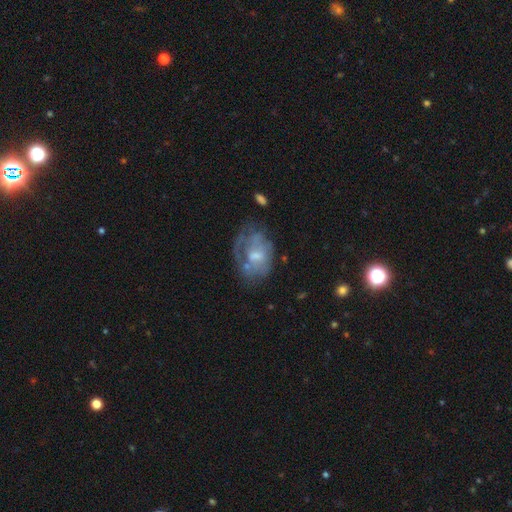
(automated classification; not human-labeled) Smooth or featured? Predicted: featured or disk (p=0.60). Edge-on disk? Predicted: no (p=0.96). Bar? Predicted: no (p=0.67). Spiral arms? Predicted: no (p=0.54). Bulge size? Predicted: moderate (p=0.46). Merging? Predicted: none (p=0.45).